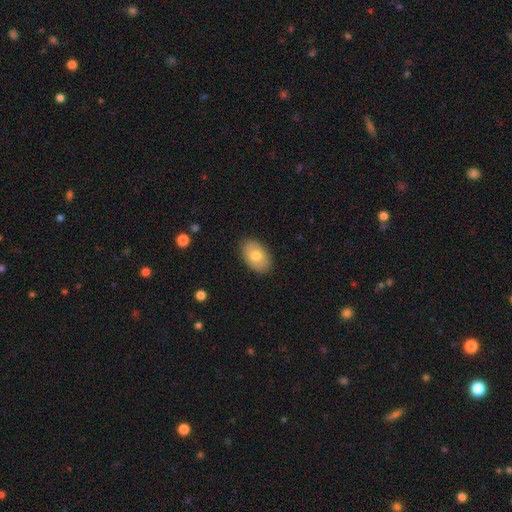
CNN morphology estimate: A smooth galaxy with no disk features (75%) that is in between round and cigar-shaped (90%).

Vote fractions:
- Smooth or featured? smooth: 75% / featured or disk: 19% / star or artifact: 7%
- How rounded? in between: 90% / round: 8% / cigar-shaped: 1%
- Merging? none: 87% / minor disturbance: 10% / major disturbance: 2% / merger: 1%